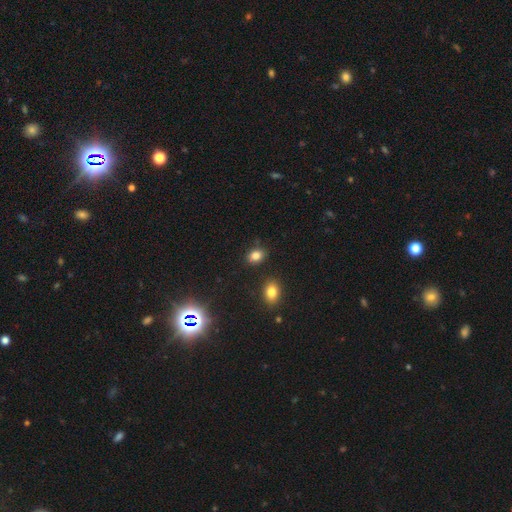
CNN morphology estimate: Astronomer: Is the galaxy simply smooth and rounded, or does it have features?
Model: smooth — 82%.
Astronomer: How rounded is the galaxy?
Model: in between — 67%.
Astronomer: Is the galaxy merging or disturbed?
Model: none — 83%.